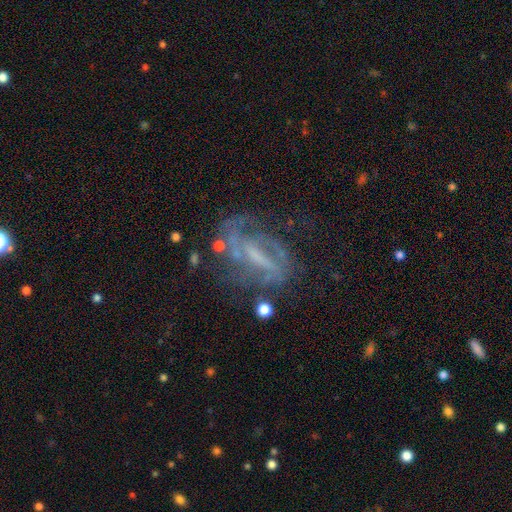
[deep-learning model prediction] Q: Smooth or featured?
A: featured or disk (75%); runner-up: smooth (13%)
Q: Edge-on disk?
A: no (91%); runner-up: yes (9%)
Q: Bar?
A: strong (46%); runner-up: weak (34%)
Q: Spiral arms?
A: yes (75%); runner-up: no (25%)
Q: Spiral winding?
A: medium (40%); runner-up: tight (37%)
Q: Spiral arm count?
A: 2 (45%); runner-up: can't tell (34%)
Q: Bulge size?
A: none (42%); runner-up: small (31%)
Q: Merging?
A: none (49%); runner-up: major disturbance (24%)